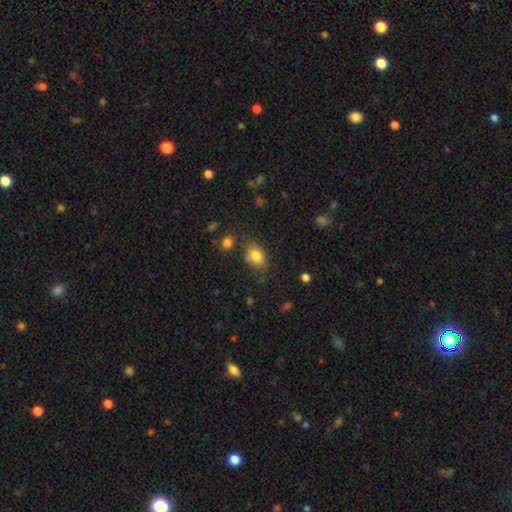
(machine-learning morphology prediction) Q: Smooth or featured?
A: smooth (82%); runner-up: star or artifact (10%)
Q: How rounded?
A: in between (67%); runner-up: round (31%)
Q: Merging?
A: none (69%); runner-up: minor disturbance (19%)